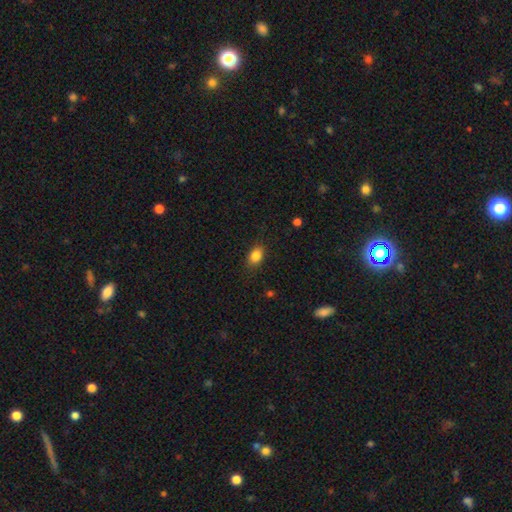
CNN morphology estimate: Smooth or featured? Predicted: smooth (p=0.85). How rounded? Predicted: in between (p=0.77). Merging? Predicted: none (p=0.82).